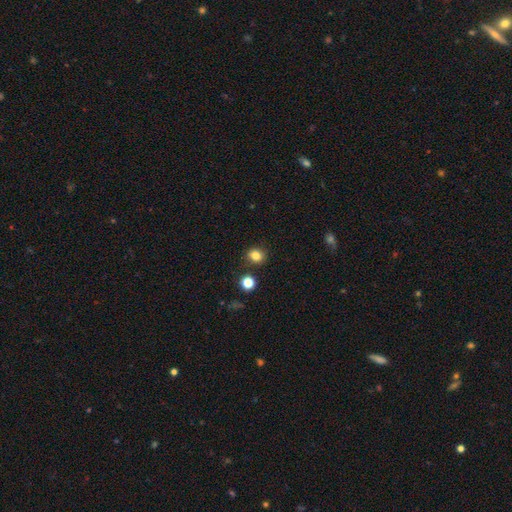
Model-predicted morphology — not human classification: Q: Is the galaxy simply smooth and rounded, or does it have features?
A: smooth — 82%.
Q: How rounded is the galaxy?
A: round — 68%.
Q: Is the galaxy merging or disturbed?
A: none — 83%.